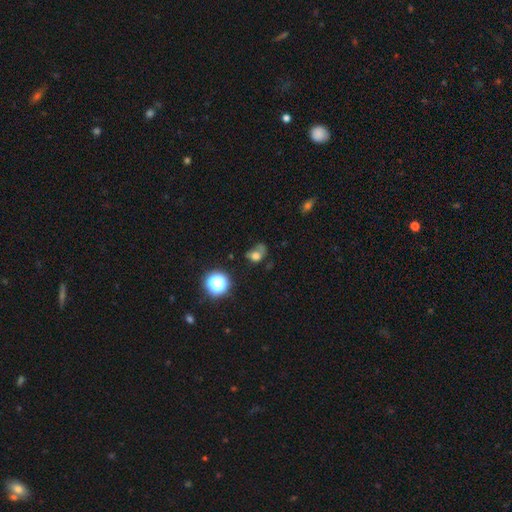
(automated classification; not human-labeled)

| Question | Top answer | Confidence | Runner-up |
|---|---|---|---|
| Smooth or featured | smooth | 64% | star or artifact (18%) |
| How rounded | in between | 51% | round (48%) |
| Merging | major disturbance | 34% | none (30%) |